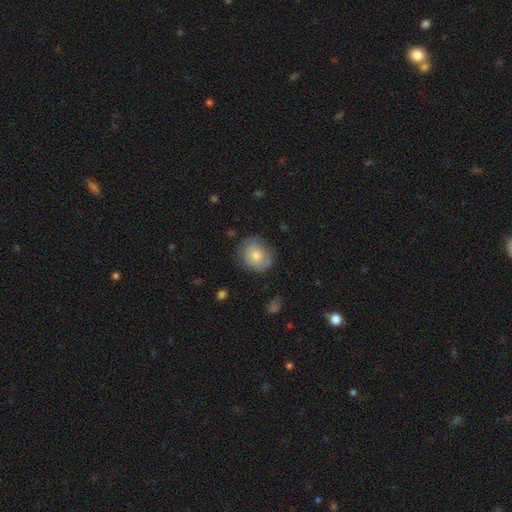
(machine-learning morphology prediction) smooth_or_featured: smooth (p=0.75) [alt: featured or disk p=0.18]
how_rounded: round (p=0.69) [alt: in between p=0.30]
merging: none (p=0.73) [alt: minor disturbance p=0.20]